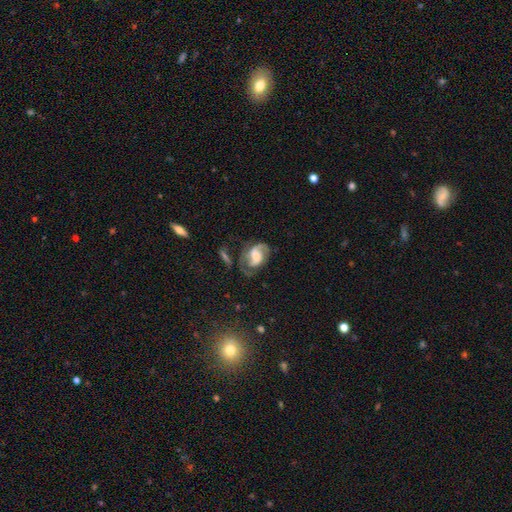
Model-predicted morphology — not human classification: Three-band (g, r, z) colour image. It shows a featured or disk galaxy (77%) with a weak bar (45%), 2 (80%) medium (50%) spiral arms (92%) and a moderate central bulge (37%). Merging: none (54%).